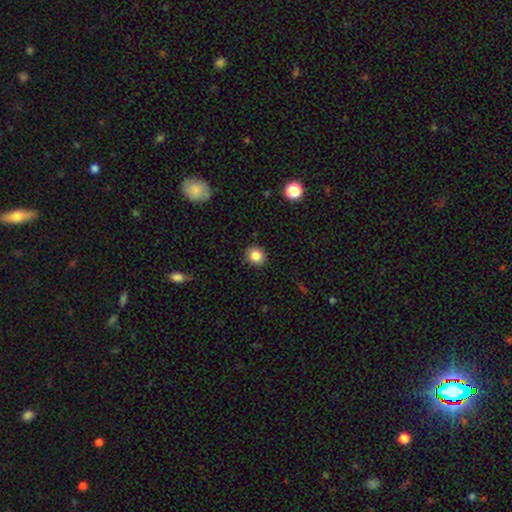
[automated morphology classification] Smooth or featured?
  - smooth: 84% *
  - star or artifact: 10%
  - featured or disk: 5%
How rounded?
  - round: 85% *
  - in between: 15%
  - cigar-shaped: 1%
Merging?
  - none: 90% *
  - minor disturbance: 7%
  - major disturbance: 2%
  - merger: 1%